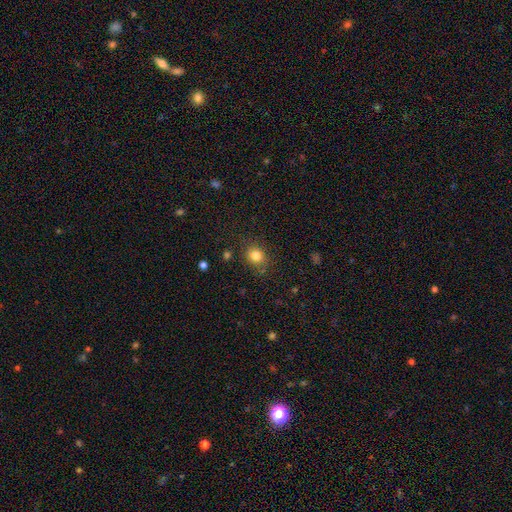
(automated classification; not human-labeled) This is clearly a smooth galaxy (82%). How rounded: likely round (73%). Merging: clearly none (80%).